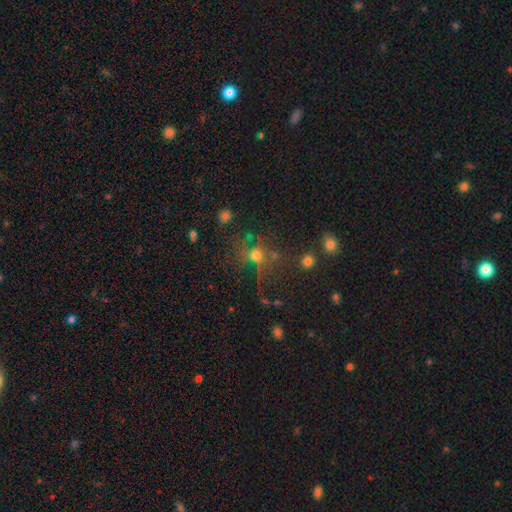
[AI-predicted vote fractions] The model was most divided on "smooth or featured": smooth: 56%, star or artifact: 29%, featured or disk: 15%. More confident: how rounded — round (82%); merging — none (58%).